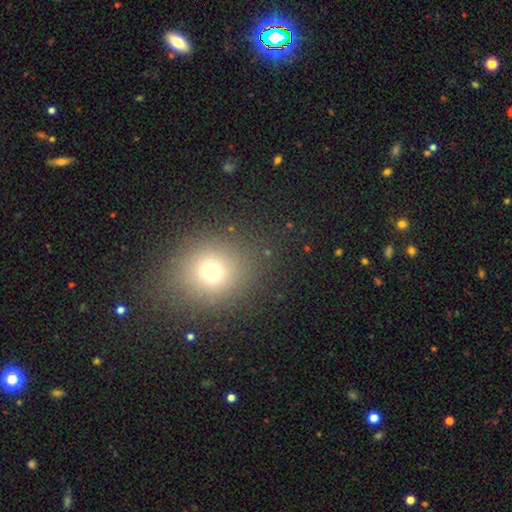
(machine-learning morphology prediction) Smooth or featured? smooth (65%)
How rounded? round (72%)
Merging? none (88%)